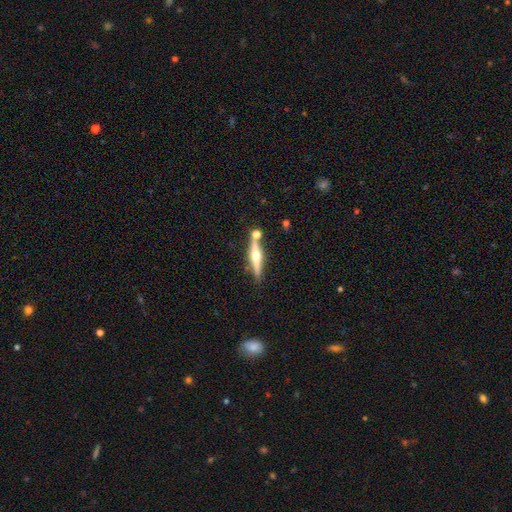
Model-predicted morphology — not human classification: Q: Smooth or featured?
A: featured or disk (71%); runner-up: smooth (23%)
Q: Edge-on disk?
A: yes (97%); runner-up: no (3%)
Q: Edge-on bulge?
A: rounded (95%); runner-up: boxy (3%)
Q: Merging?
A: none (76%); runner-up: merger (12%)